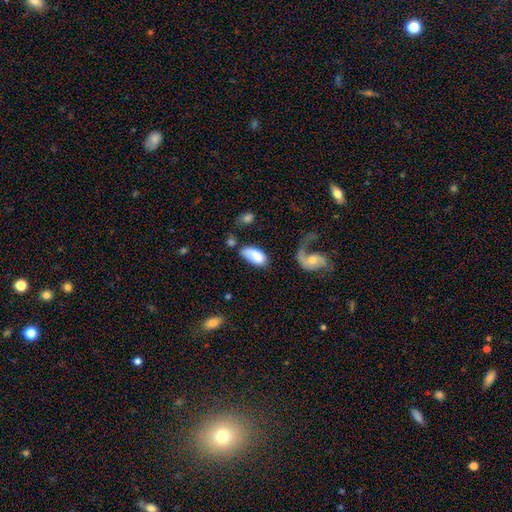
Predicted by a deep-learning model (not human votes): Smooth or featured? Predicted: smooth (p=0.78). How rounded? Predicted: in between (p=0.93). Merging? Predicted: none (p=0.39).